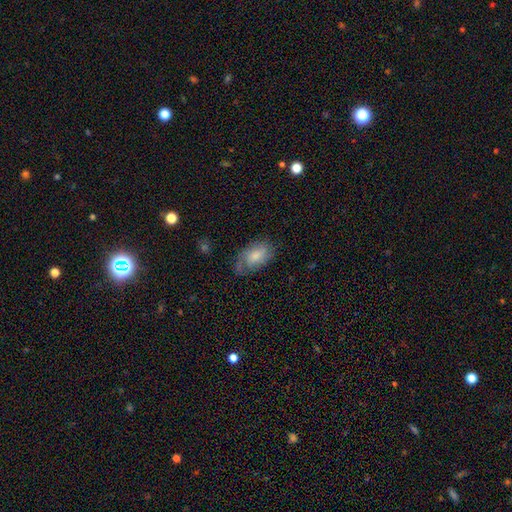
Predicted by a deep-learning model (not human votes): smooth-or-featured: smooth: 67% | featured or disk: 26% | star or artifact: 7%
  how-rounded: in between: 93% | round: 5% | cigar-shaped: 2%
  merging: none: 57% | minor disturbance: 29% | major disturbance: 12% | merger: 2%